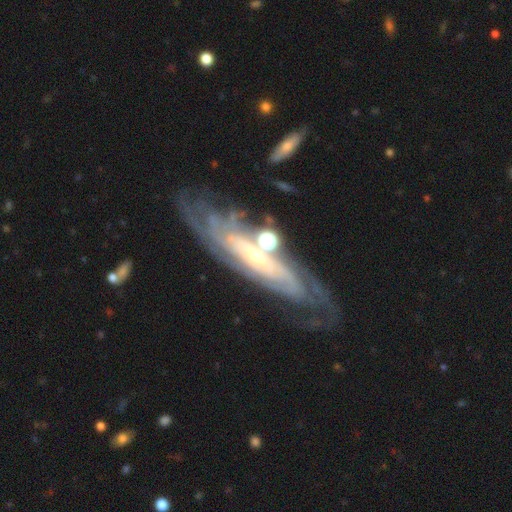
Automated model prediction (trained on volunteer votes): Smooth or featured? featured or disk (85%)
Edge-on disk? no (78%)
Bar? no (62%)
Spiral arms? yes (93%)
Spiral winding? tight (74%)
Spiral arm count? can't tell (50%)
Bulge size? small (64%)
Merging? none (67%)